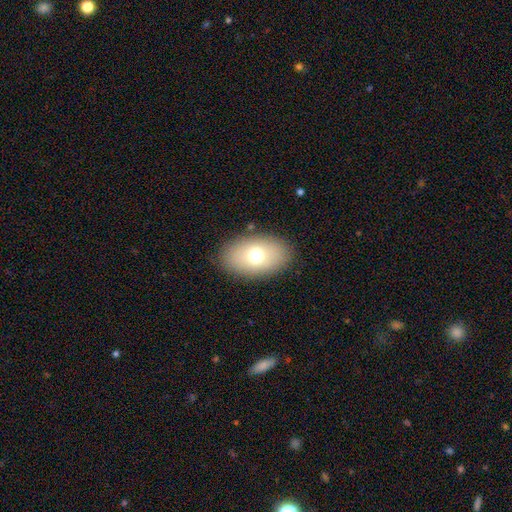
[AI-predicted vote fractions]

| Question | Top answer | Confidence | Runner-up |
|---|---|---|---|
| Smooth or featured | smooth | 71% | featured or disk (20%) |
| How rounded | in between | 88% | round (10%) |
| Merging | none | 86% | minor disturbance (9%) |